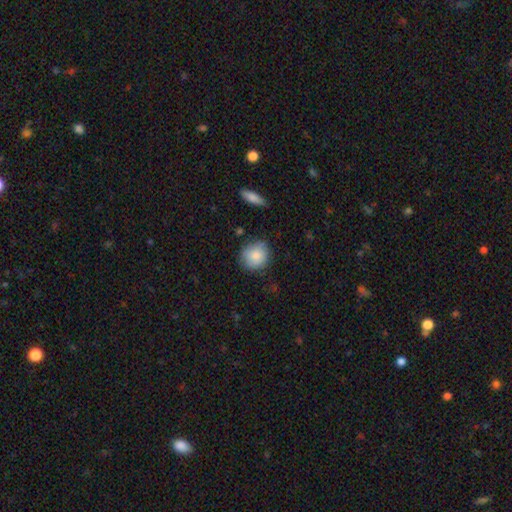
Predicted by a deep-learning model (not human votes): Q: Smooth or featured?
A: smooth (84%); runner-up: featured or disk (9%)
Q: How rounded?
A: round (82%); runner-up: in between (17%)
Q: Merging?
A: none (78%); runner-up: minor disturbance (17%)